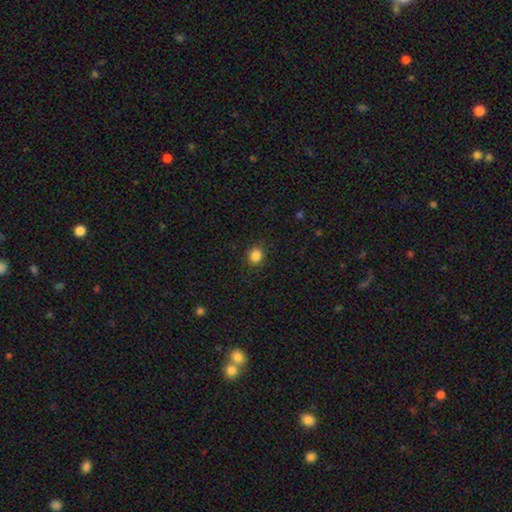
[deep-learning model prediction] The model was most divided on "how rounded": round: 75%, in between: 24%, cigar-shaped: 1%. More confident: merging — none (88%); smooth or featured — smooth (85%).